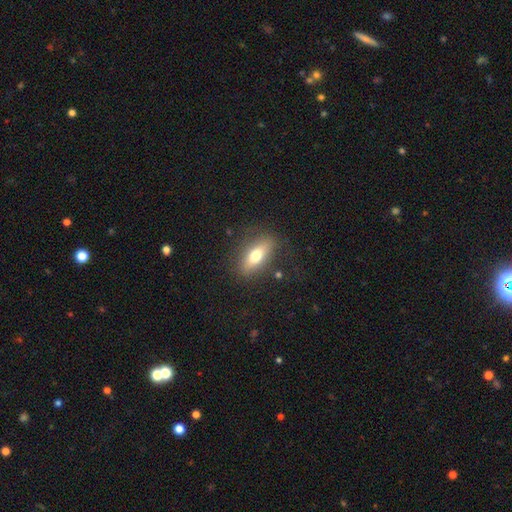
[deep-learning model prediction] Smooth or featured?
  - smooth: 67% *
  - featured or disk: 25%
  - star or artifact: 8%
How rounded?
  - in between: 72% *
  - cigar-shaped: 23%
  - round: 5%
Merging?
  - none: 81% *
  - minor disturbance: 13%
  - major disturbance: 4%
  - merger: 2%